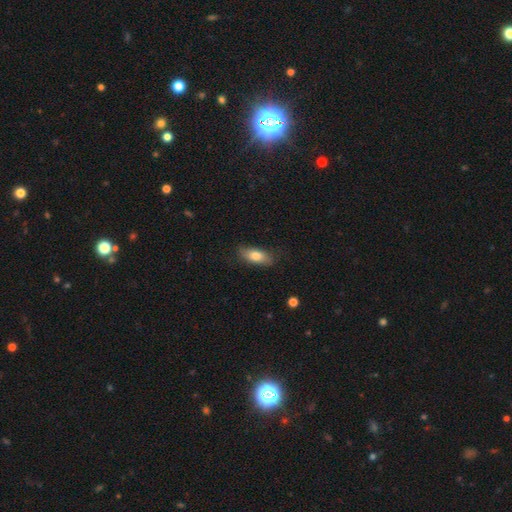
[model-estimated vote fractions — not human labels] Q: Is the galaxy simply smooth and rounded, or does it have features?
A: smooth — 78%.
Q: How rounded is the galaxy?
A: in between — 80%.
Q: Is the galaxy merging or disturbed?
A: none — 79%.